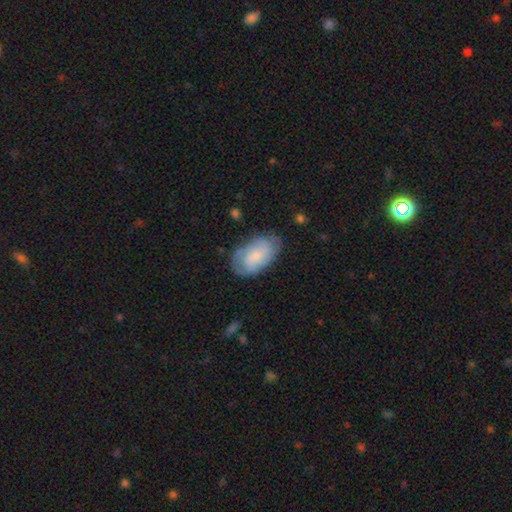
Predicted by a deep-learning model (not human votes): This appears to be a featured or disk galaxy (47%). Merging: none (70%).